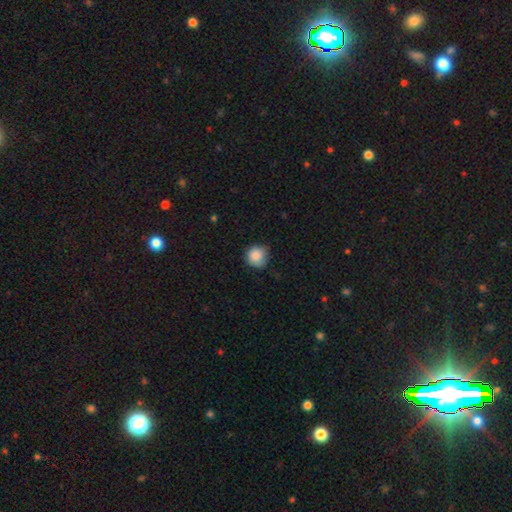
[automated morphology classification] Smooth or featured: smooth — 85% (star or artifact — 8%)
How rounded: round — 89% (in between — 10%)
Merging: none — 61% (minor disturbance — 32%)